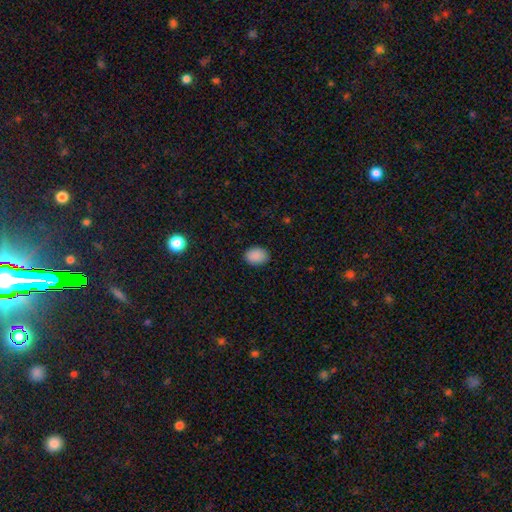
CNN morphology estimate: A smooth galaxy with no disk features (89%) that is in between round and cigar-shaped (74%).

Vote fractions:
- Smooth or featured? smooth: 89% / star or artifact: 9% / featured or disk: 3%
- How rounded? in between: 74% / round: 25% / cigar-shaped: 1%
- Merging? none: 87% / minor disturbance: 10% / major disturbance: 2% / merger: 1%